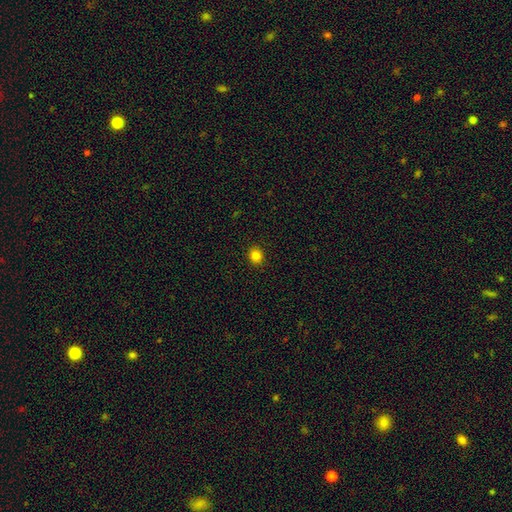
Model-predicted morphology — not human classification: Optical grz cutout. It shows a smooth galaxy with no disk features (83%) that is round (78%). Merging: none (92%).